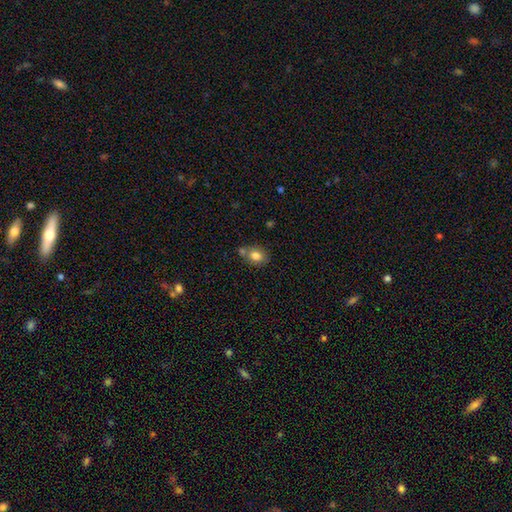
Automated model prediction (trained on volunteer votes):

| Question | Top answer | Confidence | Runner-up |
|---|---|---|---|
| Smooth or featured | smooth | 80% | featured or disk (10%) |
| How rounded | round | 52% | in between (47%) |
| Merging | none | 60% | merger (21%) |